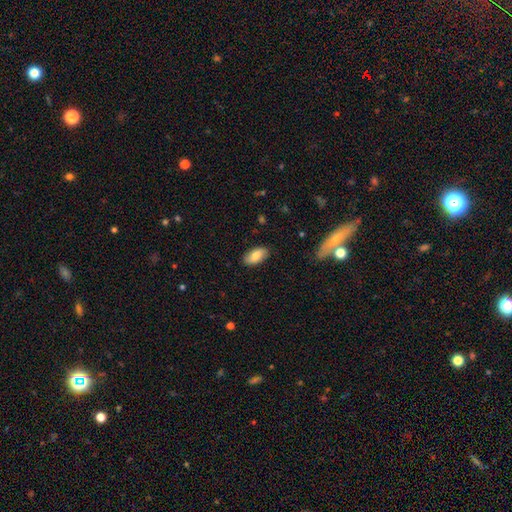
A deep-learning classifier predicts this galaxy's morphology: This is likely a smooth galaxy (77%). How rounded: clearly in between (93%). Merging: clearly none (86%).